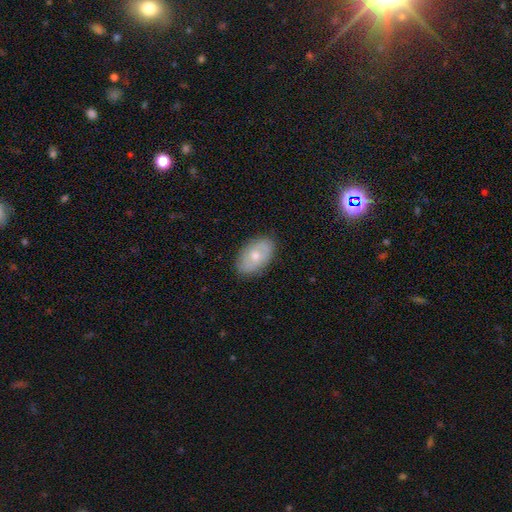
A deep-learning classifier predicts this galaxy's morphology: The model was most divided on "smooth or featured": smooth: 60%, featured or disk: 34%, star or artifact: 7%. More confident: how rounded — in between (91%); merging — none (84%).